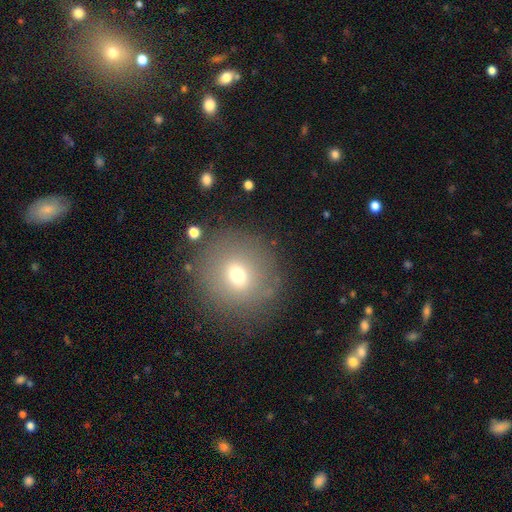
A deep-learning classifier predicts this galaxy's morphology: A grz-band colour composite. It shows a smooth galaxy with no disk features (67%) that is round (91%). Merging: none (84%).